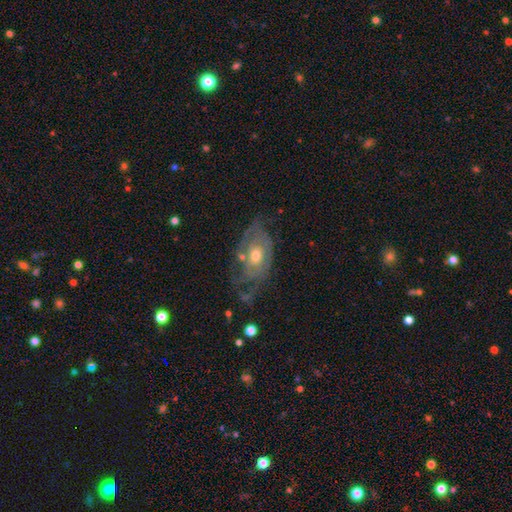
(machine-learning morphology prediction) This appears to be a featured or disk galaxy (75%) with no bar (77%), tight (53%) spiral arms (73%) and a moderate central bulge (62%). Merging: none (45%).